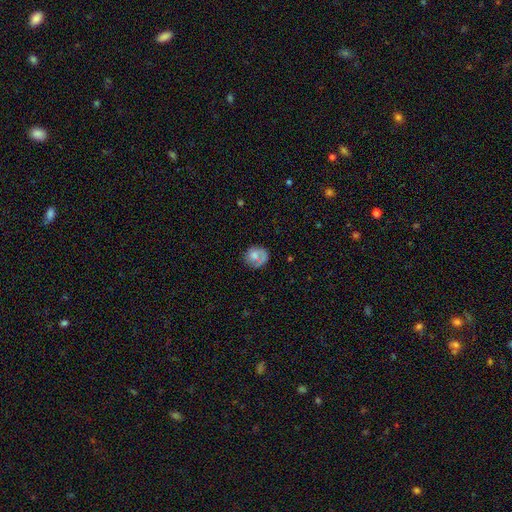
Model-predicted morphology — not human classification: Q: Smooth or featured?
A: smooth (62%); runner-up: featured or disk (28%)
Q: How rounded?
A: round (74%); runner-up: in between (25%)
Q: Merging?
A: none (59%); runner-up: minor disturbance (23%)